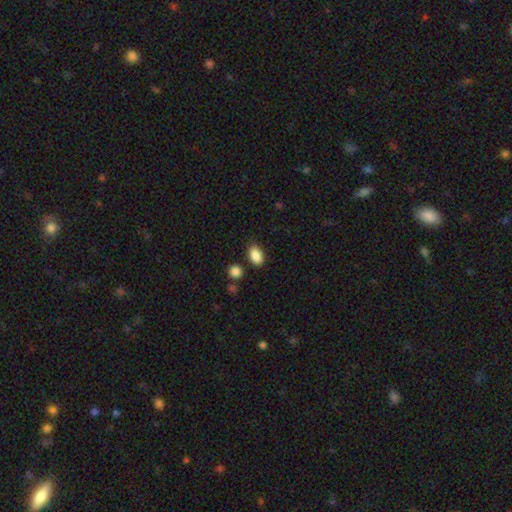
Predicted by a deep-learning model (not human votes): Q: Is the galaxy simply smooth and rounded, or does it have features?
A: smooth — 88%.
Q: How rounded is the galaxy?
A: in between — 87%.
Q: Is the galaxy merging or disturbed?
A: none — 79%.